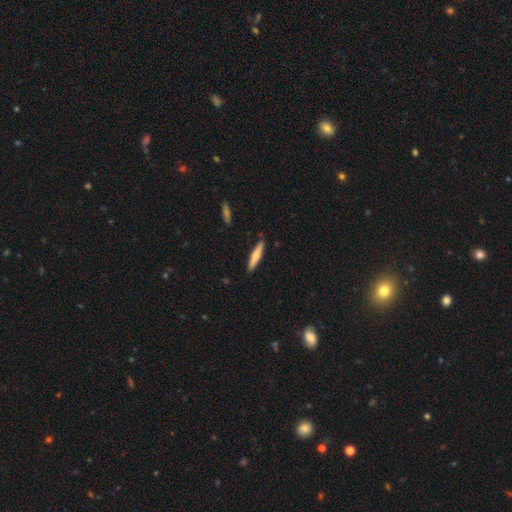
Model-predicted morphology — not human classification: A smooth galaxy with no disk features (66%) that is cigar-shaped (88%). Merging: none (86%).